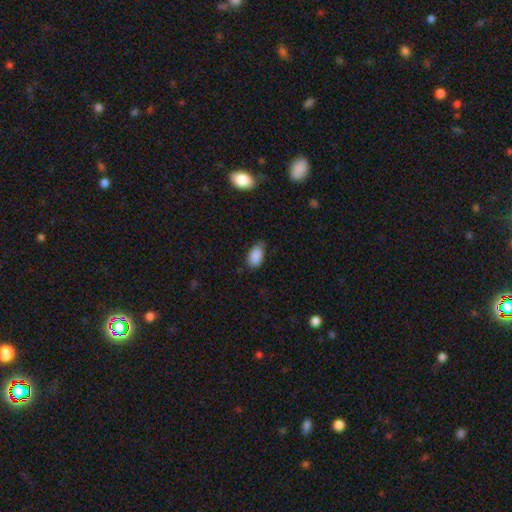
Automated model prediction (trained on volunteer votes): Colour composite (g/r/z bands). It shows a smooth galaxy with no disk features (89%) that is in between round and cigar-shaped (92%). Merging: none (64%).